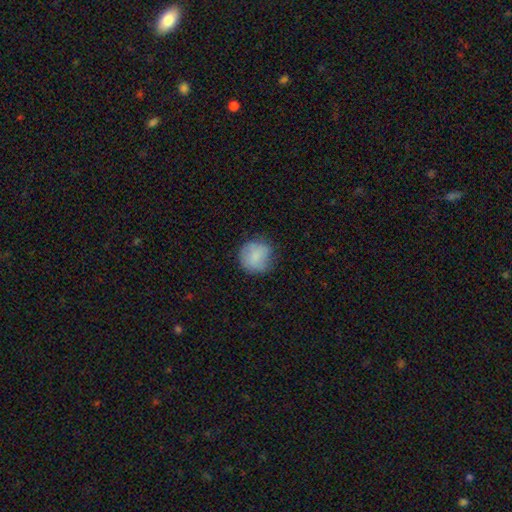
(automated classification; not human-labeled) Smooth or featured? Predicted: smooth (p=0.80). How rounded? Predicted: round (p=0.90). Merging? Predicted: none (p=0.72).